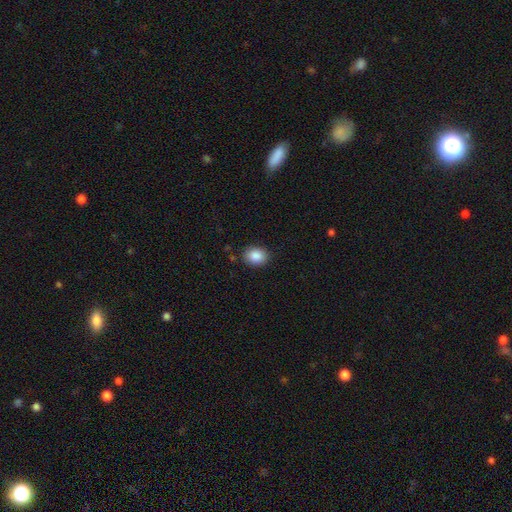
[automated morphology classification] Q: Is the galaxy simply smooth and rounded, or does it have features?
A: smooth — 88%.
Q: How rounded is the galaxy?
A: in between — 54%.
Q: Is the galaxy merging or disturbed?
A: none — 87%.